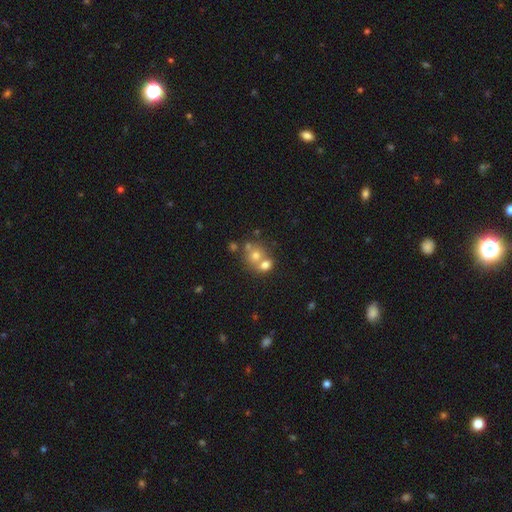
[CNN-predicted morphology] smooth_or_featured: smooth (p=0.65) [alt: featured or disk p=0.20]
how_rounded: round (p=0.73) [alt: in between p=0.26]
merging: merger (p=0.55) [alt: none p=0.35]